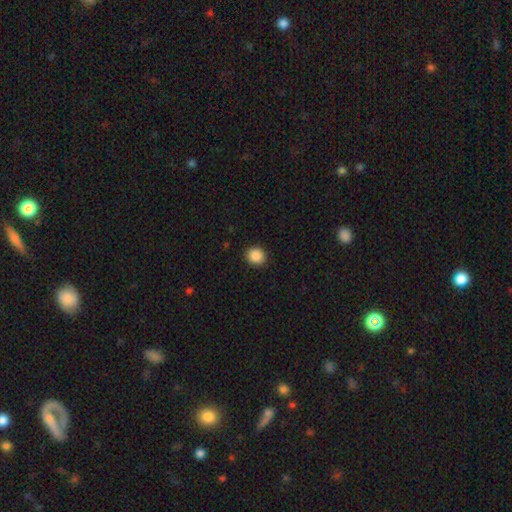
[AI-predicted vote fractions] Smooth or featured: smooth — 88% (star or artifact — 9%)
How rounded: round — 80% (in between — 19%)
Merging: none — 91% (minor disturbance — 6%)